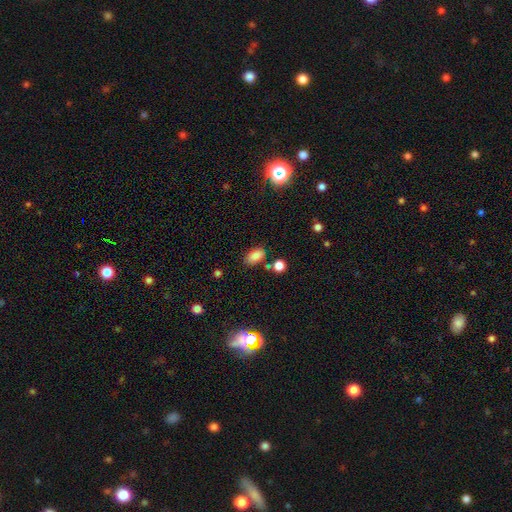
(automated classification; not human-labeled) A smooth galaxy with no disk features (83%) that is in between round and cigar-shaped (90%). Merging: none (77%).